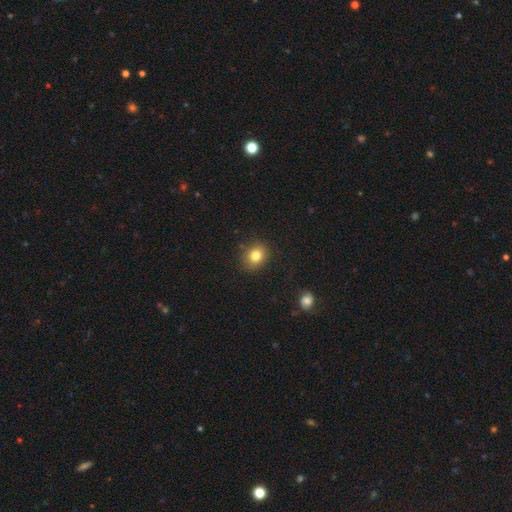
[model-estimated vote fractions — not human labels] The model was most divided on "how rounded": round: 60%, in between: 39%, cigar-shaped: 1%. More confident: merging — none (85%); smooth or featured — smooth (81%).